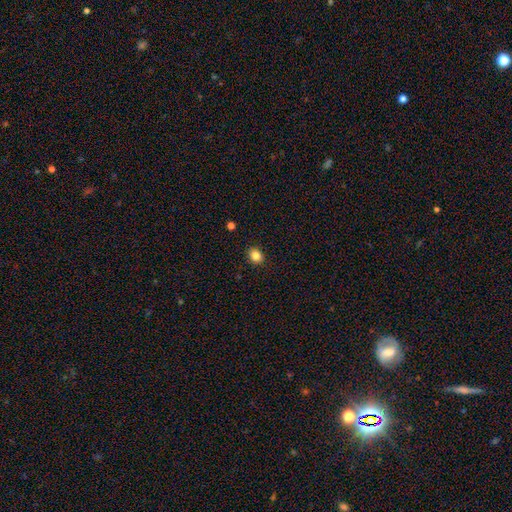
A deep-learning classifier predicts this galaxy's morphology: This appears to be a smooth galaxy with no disk features (84%) that is round (54%). Merging: none (90%).